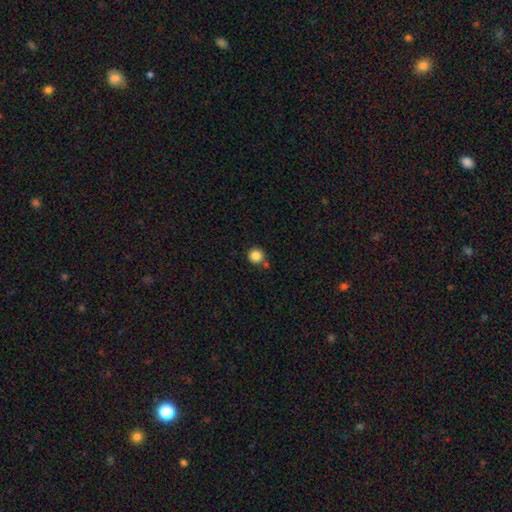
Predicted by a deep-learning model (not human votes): A smooth galaxy with no disk features (85%) that is round (94%). Merging: none (78%).